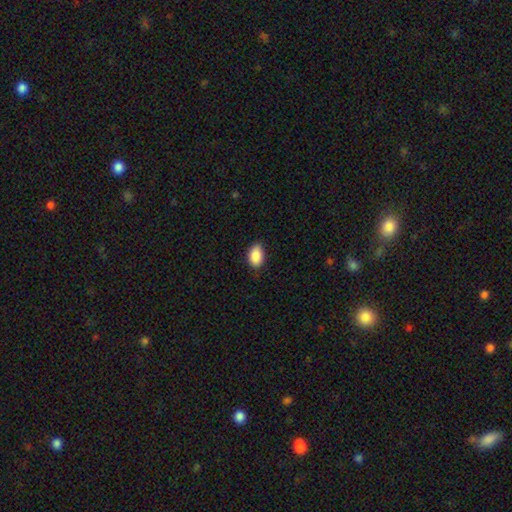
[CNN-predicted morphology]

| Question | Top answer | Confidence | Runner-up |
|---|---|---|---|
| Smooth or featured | smooth | 89% | star or artifact (7%) |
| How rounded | in between | 90% | round (8%) |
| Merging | none | 80% | minor disturbance (16%) |